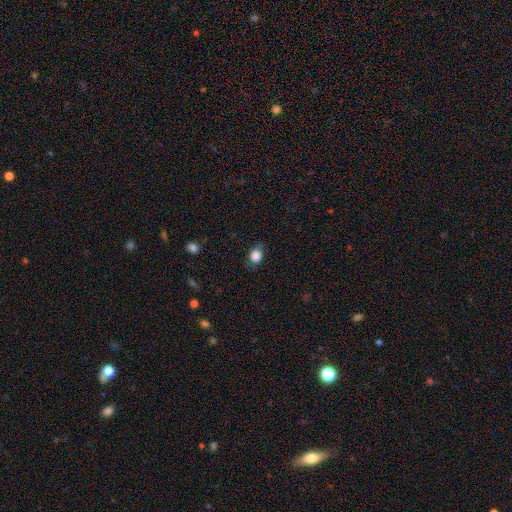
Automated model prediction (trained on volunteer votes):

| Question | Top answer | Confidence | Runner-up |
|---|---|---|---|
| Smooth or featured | smooth | 85% | star or artifact (9%) |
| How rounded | round | 55% | in between (43%) |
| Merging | none | 68% | minor disturbance (25%) |